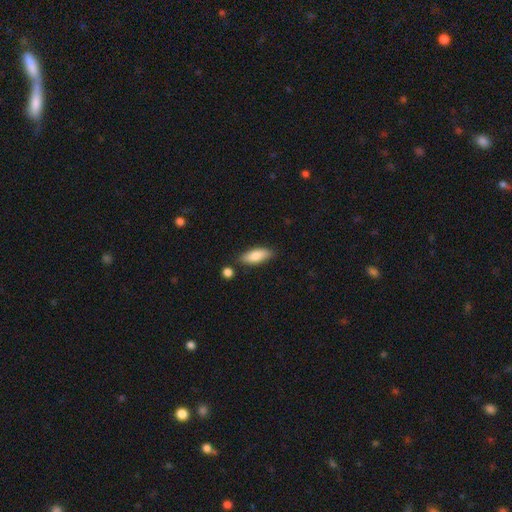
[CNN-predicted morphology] Smooth or featured: smooth — 82% (featured or disk — 11%)
How rounded: in between — 73% (cigar-shaped — 25%)
Merging: none — 80% (minor disturbance — 13%)